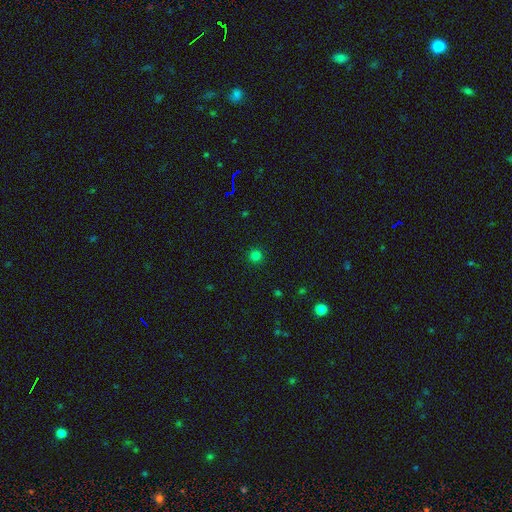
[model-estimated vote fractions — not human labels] A smooth galaxy with no disk features (78%) that is round (95%). Merging: none (92%).